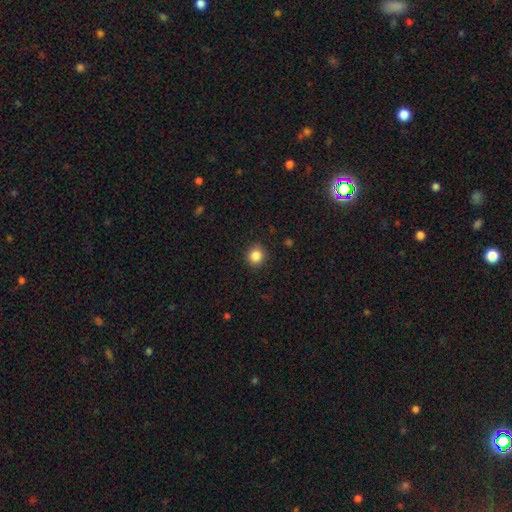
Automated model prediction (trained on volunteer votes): Smooth or featured?
  - smooth: 85% *
  - star or artifact: 11%
  - featured or disk: 4%
How rounded?
  - round: 87% *
  - in between: 12%
  - cigar-shaped: 1%
Merging?
  - none: 90% *
  - minor disturbance: 7%
  - major disturbance: 2%
  - merger: 1%